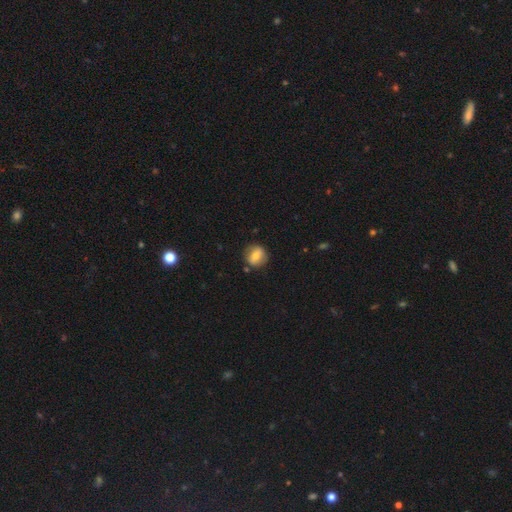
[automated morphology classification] Smooth or featured: smooth — 66% (featured or disk — 25%)
How rounded: round — 77% (in between — 21%)
Merging: none — 82% (minor disturbance — 12%)